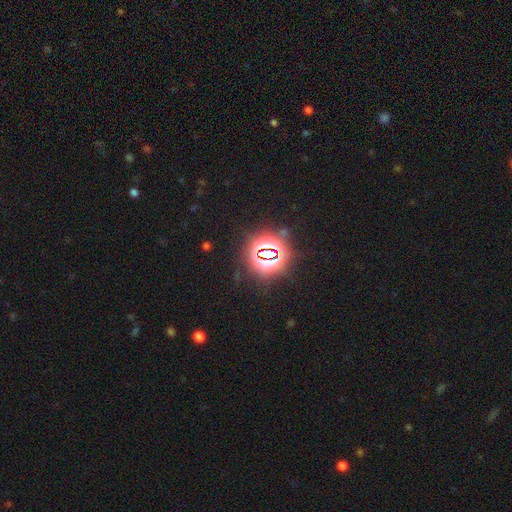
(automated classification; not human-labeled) Smooth or featured? Predicted: star or artifact (p=0.84).